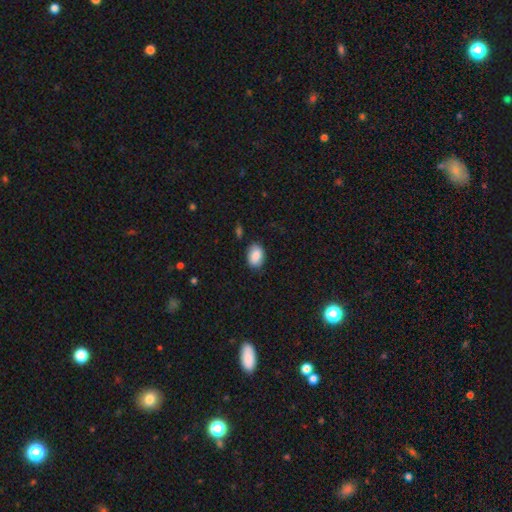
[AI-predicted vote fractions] Smooth or featured? Predicted: smooth (p=0.87). How rounded? Predicted: in between (p=0.79). Merging? Predicted: none (p=0.80).